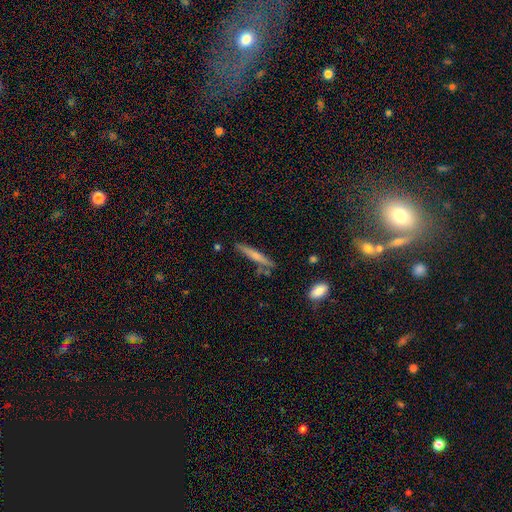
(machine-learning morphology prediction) A smooth galaxy with no disk features (59%) that is cigar-shaped (94%). Merging: none (78%).